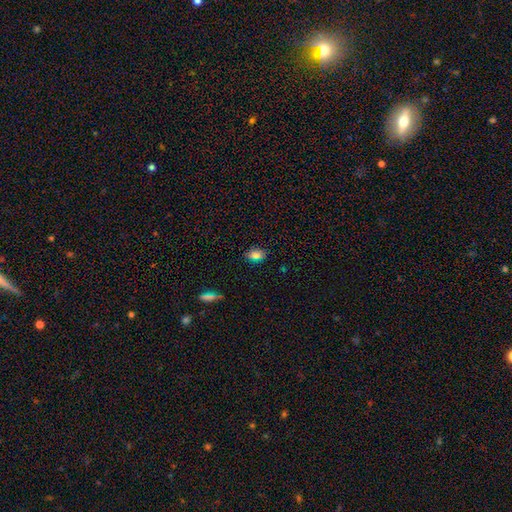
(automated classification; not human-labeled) Smooth or featured: smooth — 78% (star or artifact — 15%)
How rounded: in between — 81% (round — 16%)
Merging: none — 84% (minor disturbance — 12%)